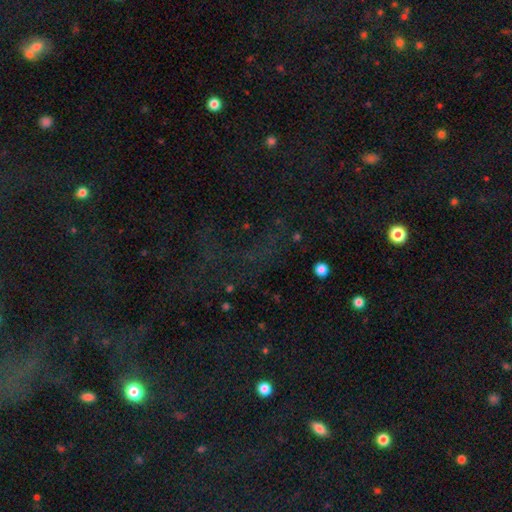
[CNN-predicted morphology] A star or artifact, not a galaxy (72%).

Vote fractions:
- Smooth or featured? star or artifact: 72% / smooth: 17% / featured or disk: 10%